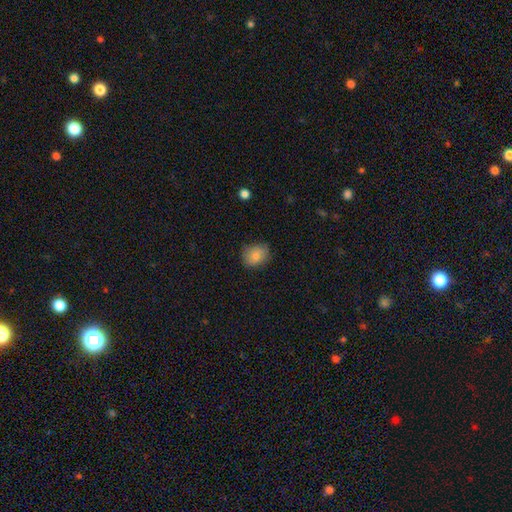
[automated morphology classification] This is clearly a smooth galaxy (82%). How rounded: likely round (61%). Merging: likely none (78%).